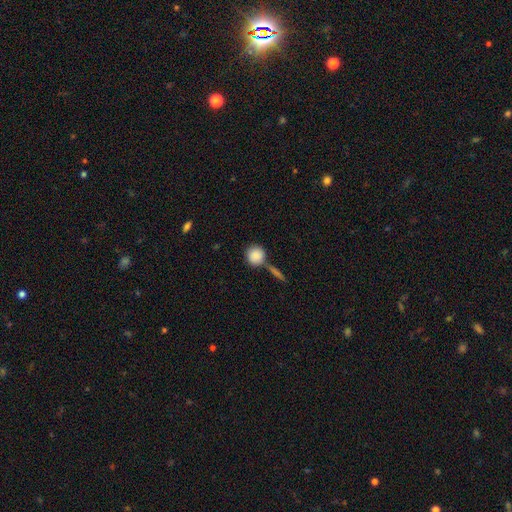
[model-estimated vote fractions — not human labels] Smooth or featured? smooth (87%)
How rounded? round (90%)
Merging? none (62%)